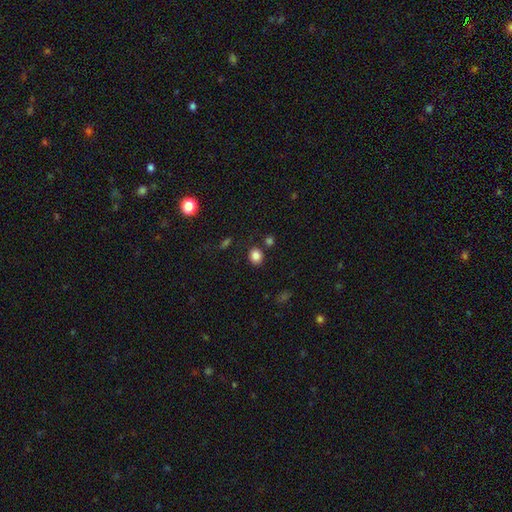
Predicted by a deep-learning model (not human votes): Smooth or featured? Predicted: smooth (p=0.84). How rounded? Predicted: round (p=0.66). Merging? Predicted: none (p=0.82).